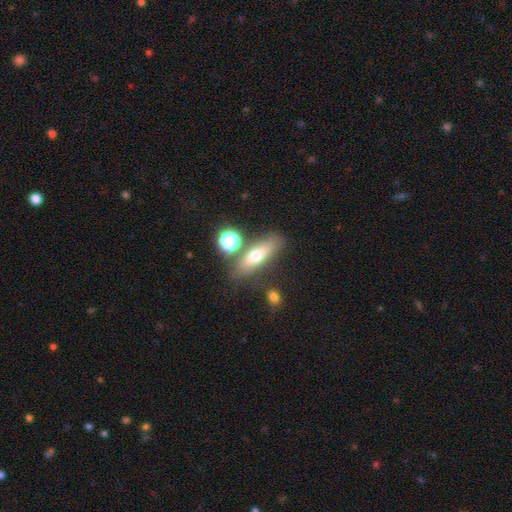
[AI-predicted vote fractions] A smooth galaxy with no disk features (59%) that is cigar-shaped (51%). Merging: none (71%).